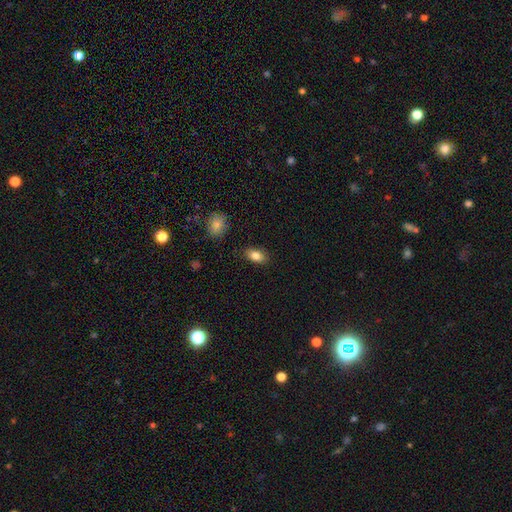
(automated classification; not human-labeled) smooth_or_featured: smooth (p=0.84) [alt: star or artifact p=0.08]
how_rounded: in between (p=0.89) [alt: round p=0.08]
merging: none (p=0.86) [alt: minor disturbance p=0.10]